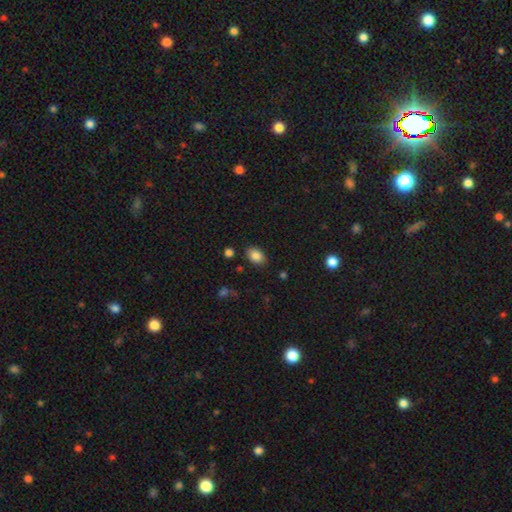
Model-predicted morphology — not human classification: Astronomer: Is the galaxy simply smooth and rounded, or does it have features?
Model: smooth — 85%.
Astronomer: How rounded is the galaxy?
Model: in between — 82%.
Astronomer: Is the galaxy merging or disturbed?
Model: none — 84%.